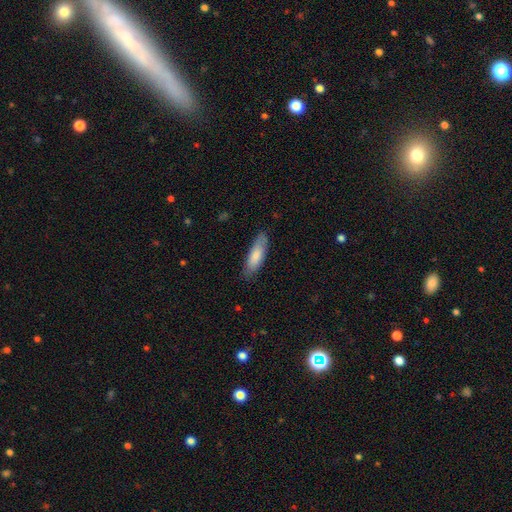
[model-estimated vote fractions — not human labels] Smooth or featured? Predicted: smooth (p=0.82). How rounded? Predicted: in between (p=0.57). Merging? Predicted: none (p=0.81).